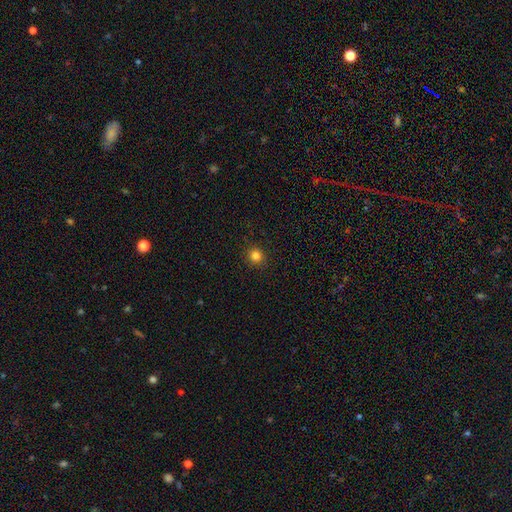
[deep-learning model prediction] smooth 83%, star or artifact 13%, featured or disk 4%. Down the decision tree: how rounded — round (93%); merging — none (92%).